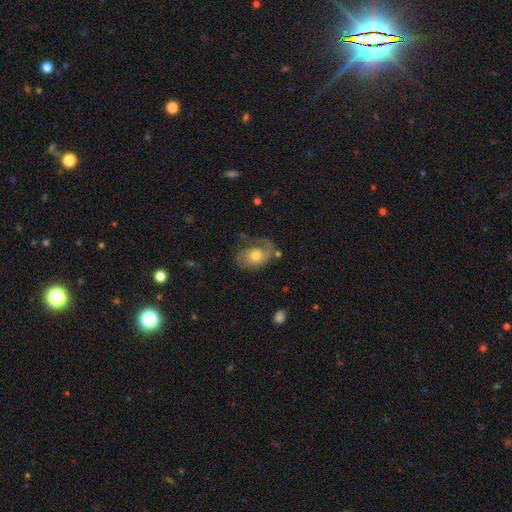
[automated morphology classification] Smooth or featured?
  - featured or disk: 60% *
  - smooth: 33%
  - star or artifact: 7%
Edge-on disk?
  - no: 96% *
  - yes: 4%
Bar?
  - no: 80% *
  - weak: 17%
  - strong: 3%
Spiral arms?
  - yes: 81% *
  - no: 19%
Bulge size?
  - moderate: 70% *
  - small: 18%
  - large: 9%
  - none: 1%
  - dominant: 1%
Merging?
  - none: 50% *
  - minor disturbance: 23%
  - major disturbance: 23%
  - merger: 4%